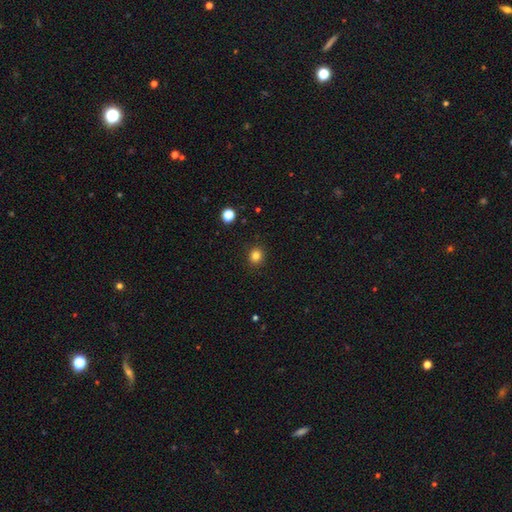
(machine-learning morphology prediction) Smooth or featured? smooth (83%)
How rounded? round (86%)
Merging? none (91%)